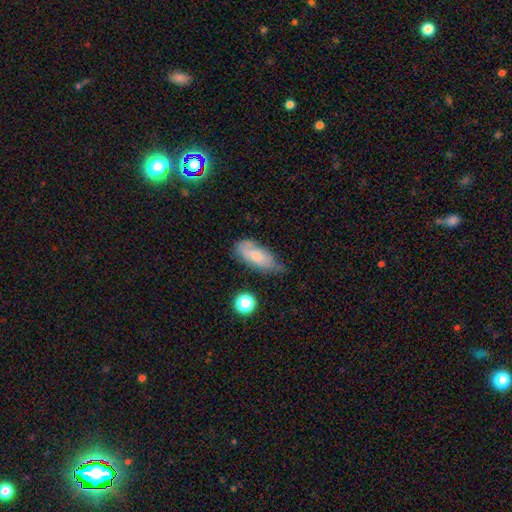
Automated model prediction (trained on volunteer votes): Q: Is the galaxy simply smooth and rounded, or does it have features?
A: smooth — 70%.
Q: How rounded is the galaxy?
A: in between — 81%.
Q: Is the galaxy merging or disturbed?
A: none — 45%.